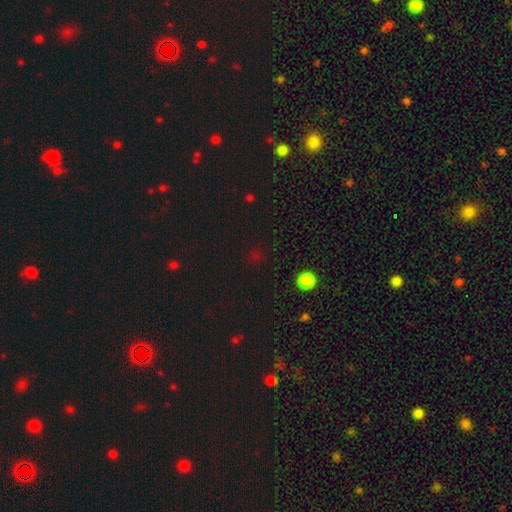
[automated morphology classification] Overall: star or artifact (49%; smooth 45%).